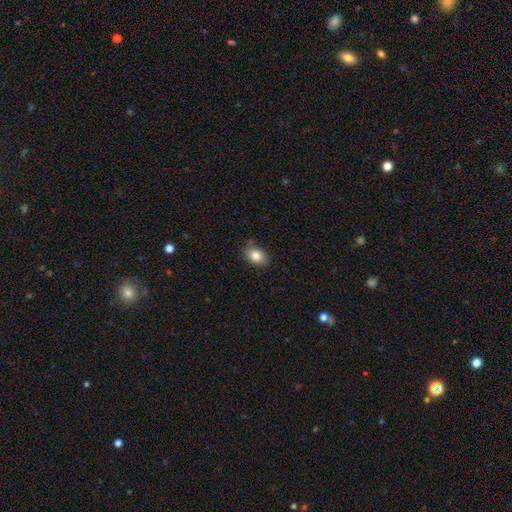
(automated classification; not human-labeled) smooth-or-featured: smooth: 84% | star or artifact: 9% | featured or disk: 7%
  how-rounded: in between: 68% | round: 31% | cigar-shaped: 1%
  merging: none: 73% | minor disturbance: 20% | major disturbance: 4% | merger: 3%